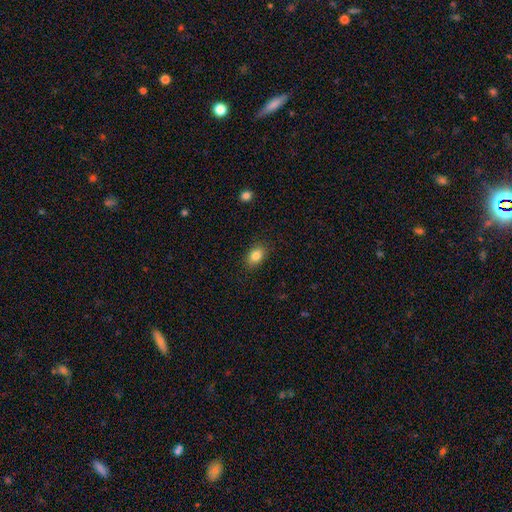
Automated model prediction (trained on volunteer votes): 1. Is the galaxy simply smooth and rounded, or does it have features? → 84% smooth, 9% star or artifact, 7% featured or disk.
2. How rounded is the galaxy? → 79% in between, 20% round, 1% cigar-shaped.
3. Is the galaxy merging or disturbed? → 88% none, 9% minor disturbance, 2% major disturbance, 1% merger.